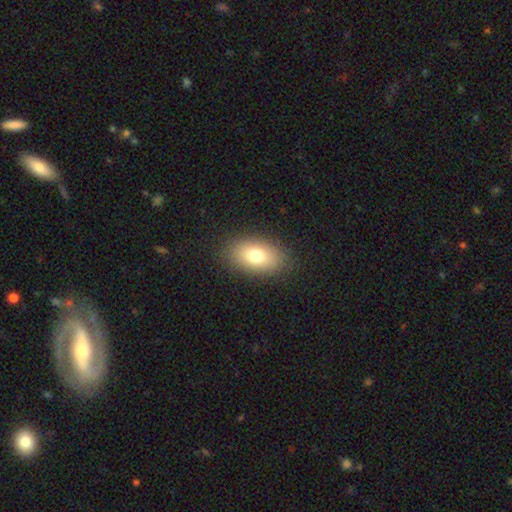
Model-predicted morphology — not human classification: smooth 77%, featured or disk 13%, star or artifact 10%. Down the decision tree: how rounded — in between (88%); merging — none (87%).